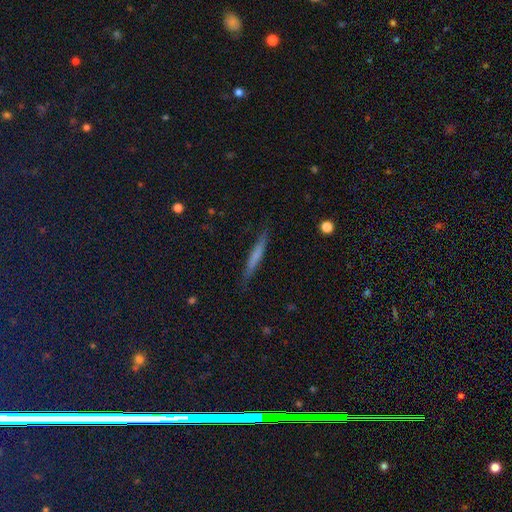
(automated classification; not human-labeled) smooth 58%, featured or disk 36%, star or artifact 6%. Down the decision tree: how rounded — cigar-shaped (96%); merging — none (87%).